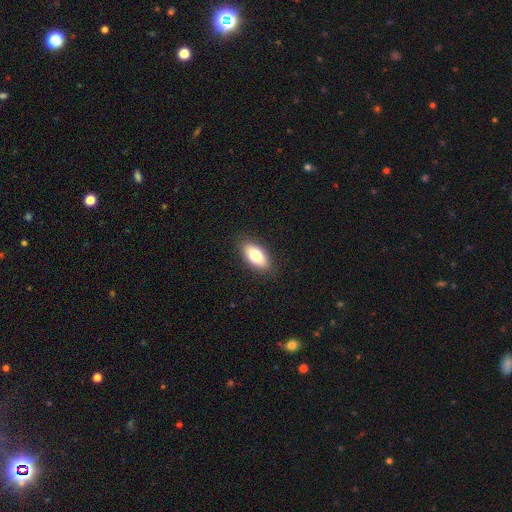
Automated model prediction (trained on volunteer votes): This is likely a smooth galaxy (78%). How rounded: clearly in between (90%). Merging: clearly none (89%).